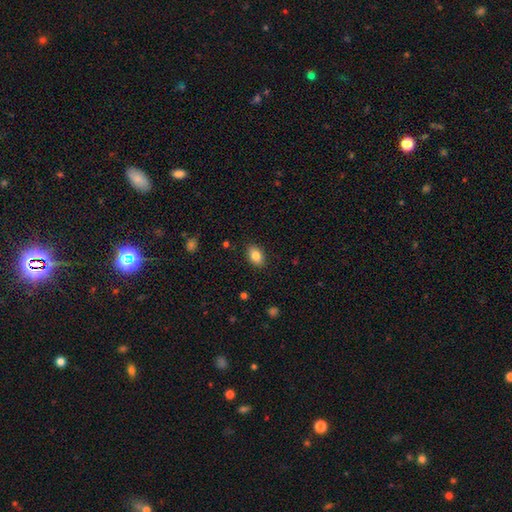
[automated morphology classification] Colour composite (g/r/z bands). It shows a smooth galaxy with no disk features (84%) that is in between round and cigar-shaped (86%). Merging: none (87%).